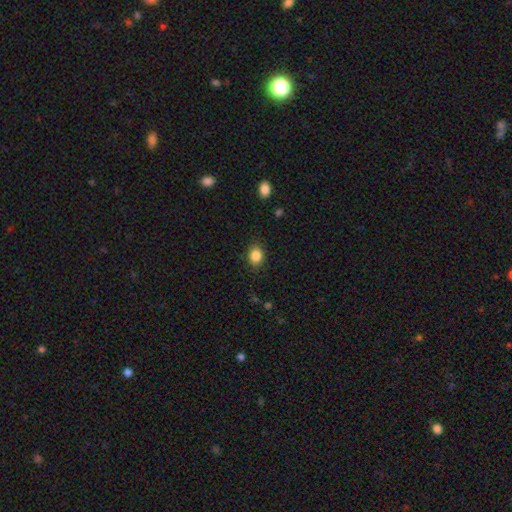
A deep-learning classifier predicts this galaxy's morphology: Overall: smooth (86%). How rounded: in between (55%; round 44%). Merging: none (85%).